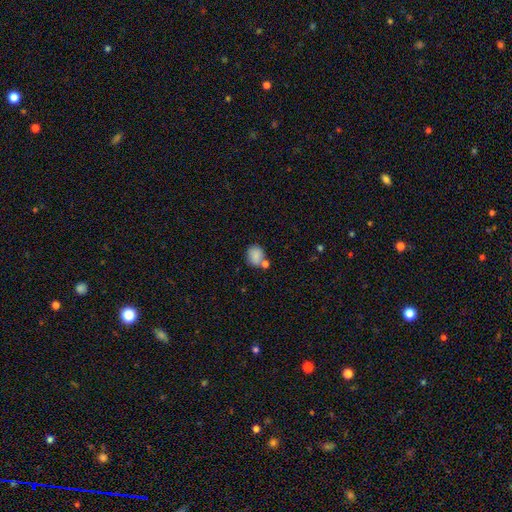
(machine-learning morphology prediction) This is clearly a smooth galaxy (84%). How rounded: possibly round (57%). Merging: possibly none (56%).